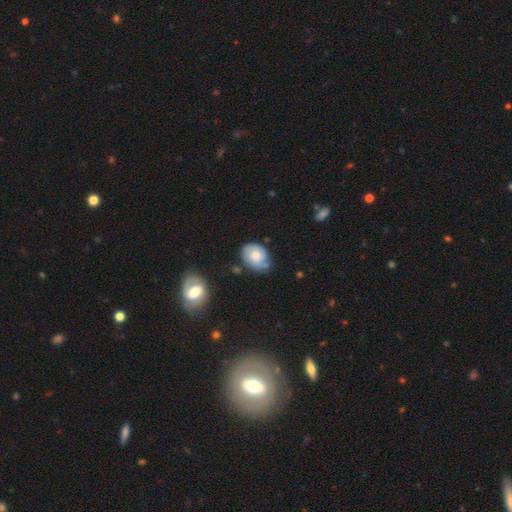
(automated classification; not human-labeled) smooth 61%, featured or disk 31%, star or artifact 7%. Down the decision tree: how rounded — in between (69%); merging — none (58%).